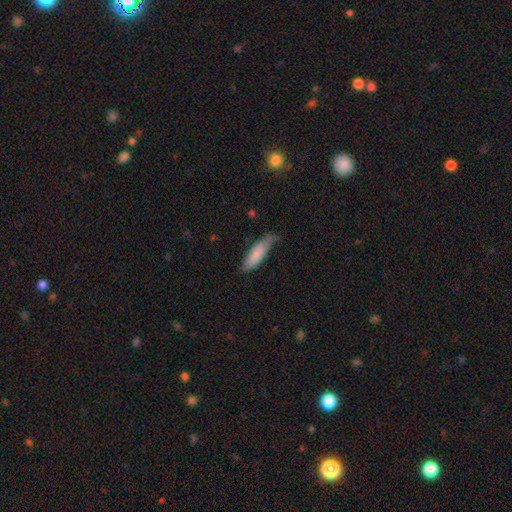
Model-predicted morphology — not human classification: smooth 81%, featured or disk 14%, star or artifact 6%. Down the decision tree: how rounded — cigar-shaped (51%); merging — none (58%).